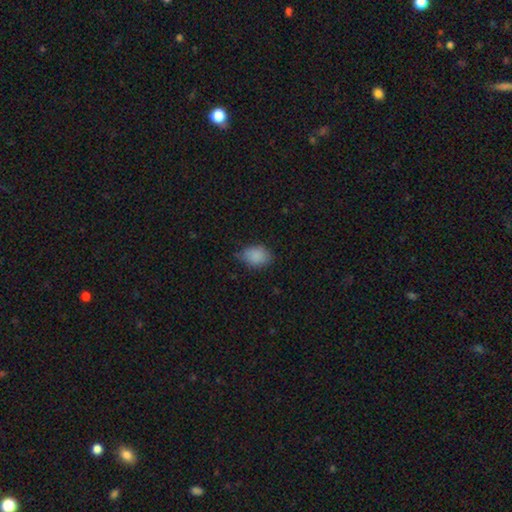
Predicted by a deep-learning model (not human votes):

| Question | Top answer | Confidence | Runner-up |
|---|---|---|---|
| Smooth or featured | smooth | 87% | star or artifact (8%) |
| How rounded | in between | 74% | round (25%) |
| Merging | none | 63% | minor disturbance (30%) |